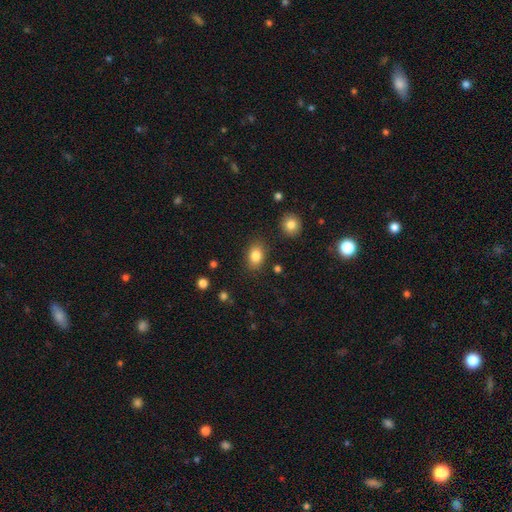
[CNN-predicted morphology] A smooth galaxy with no disk features (84%) that is in between round and cigar-shaped (78%).

Vote fractions:
- Smooth or featured? smooth: 84% / star or artifact: 9% / featured or disk: 7%
- How rounded? in between: 78% / round: 21% / cigar-shaped: 1%
- Merging? none: 84% / minor disturbance: 10% / major disturbance: 3% / merger: 3%